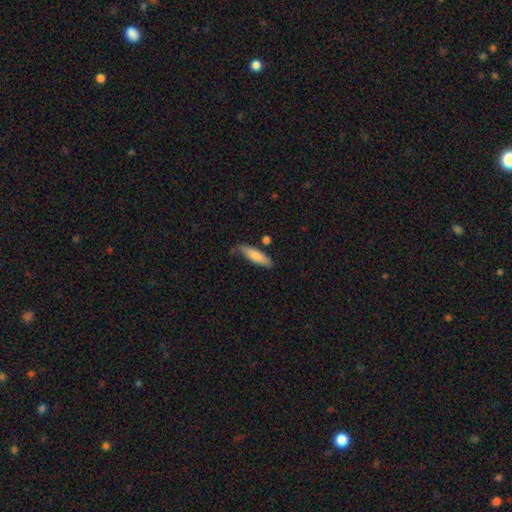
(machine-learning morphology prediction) Overall: smooth (81%). How rounded: cigar-shaped (63%; in between 36%). Merging: none (72%).